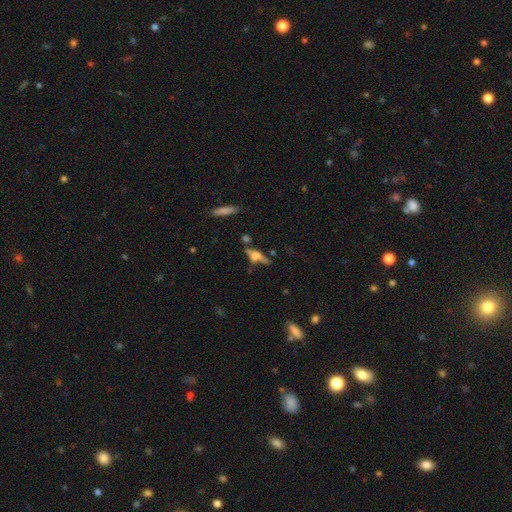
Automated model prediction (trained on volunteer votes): A featured or disk galaxy (62%) viewed edge-on (88%) with a rounded central bulge (82%).

Vote fractions:
- Smooth or featured? featured or disk: 62% / smooth: 28% / star or artifact: 10%
- Edge-on disk? yes: 88% / no: 12%
- Edge-on bulge? rounded: 82% / boxy: 14% / none: 4%
- Merging? none: 62% / minor disturbance: 18% / merger: 11% / major disturbance: 9%